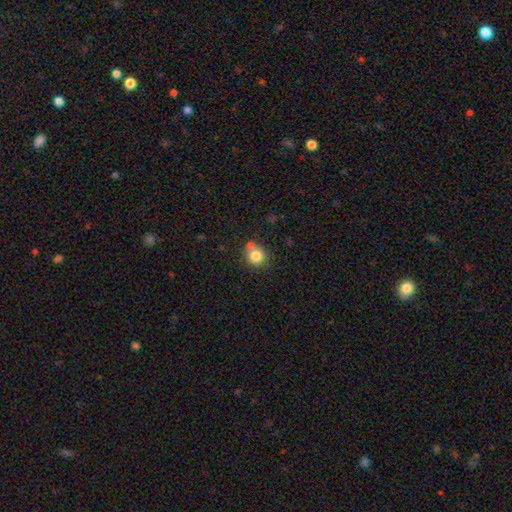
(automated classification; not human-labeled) A smooth galaxy with no disk features (81%) that is round (87%).

Vote fractions:
- Smooth or featured? smooth: 81% / star or artifact: 11% / featured or disk: 8%
- How rounded? round: 87% / in between: 12% / cigar-shaped: 1%
- Merging? none: 62% / merger: 21% / minor disturbance: 12% / major disturbance: 4%